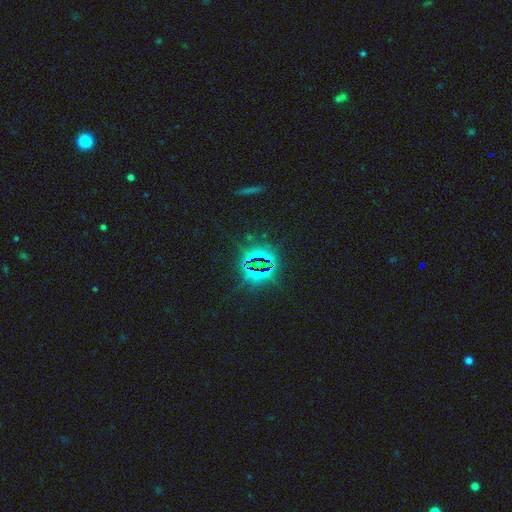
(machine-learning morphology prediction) Q: Smooth or featured?
A: star or artifact (81%); runner-up: smooth (11%)